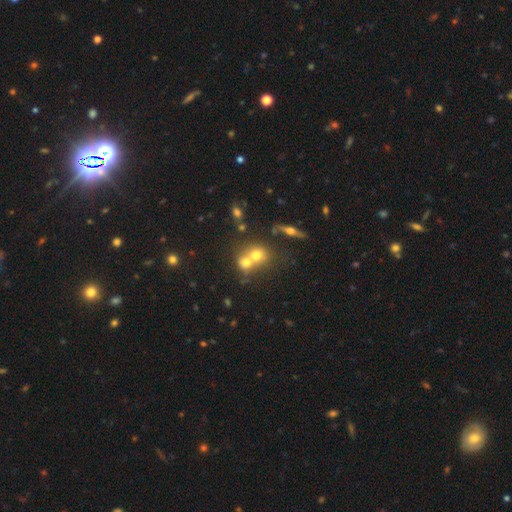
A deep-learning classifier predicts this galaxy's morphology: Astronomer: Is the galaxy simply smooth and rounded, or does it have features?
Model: smooth — 62%.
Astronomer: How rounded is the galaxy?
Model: round — 72%.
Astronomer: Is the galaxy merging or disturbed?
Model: merger — 60%.